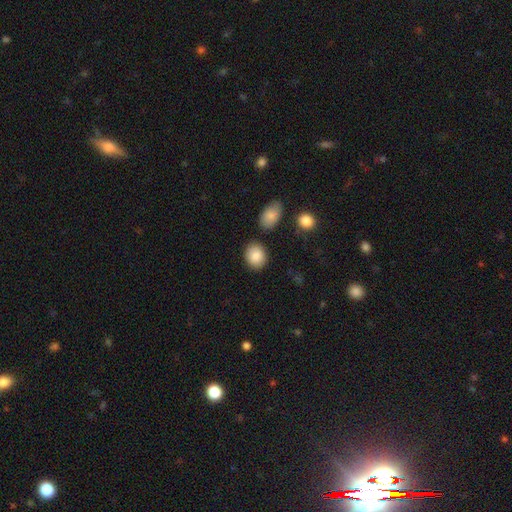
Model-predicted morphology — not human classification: Smooth or featured: smooth — 88% (star or artifact — 7%)
How rounded: round — 52% (in between — 46%)
Merging: none — 83% (minor disturbance — 10%)